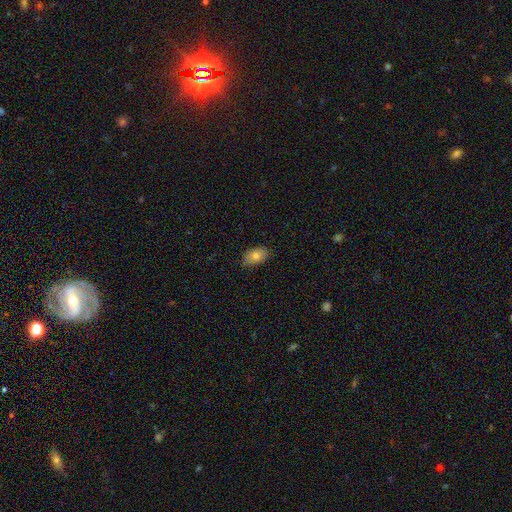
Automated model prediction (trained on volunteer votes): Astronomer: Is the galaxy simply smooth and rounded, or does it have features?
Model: smooth — 78%.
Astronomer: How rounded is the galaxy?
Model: in between — 89%.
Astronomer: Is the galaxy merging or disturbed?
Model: none — 83%.